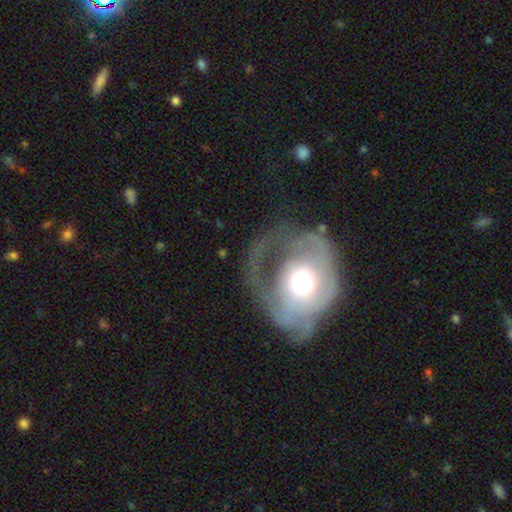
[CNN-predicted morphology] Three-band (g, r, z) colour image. It shows a featured or disk galaxy (62%) with no bar (83%), no spiral arms (50%, tied with yes) and a moderate central bulge (59%). Merging: major disturbance (40%).